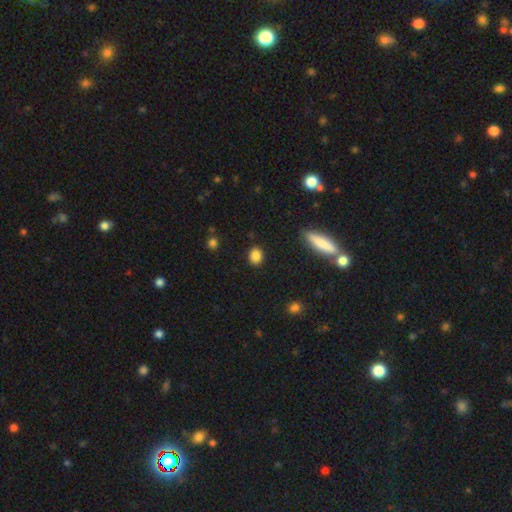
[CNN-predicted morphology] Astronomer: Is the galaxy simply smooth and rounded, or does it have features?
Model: smooth — 86%.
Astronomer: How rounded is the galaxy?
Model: round — 52% (runner-up: in between, 45%).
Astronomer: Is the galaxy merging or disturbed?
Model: none — 88%.